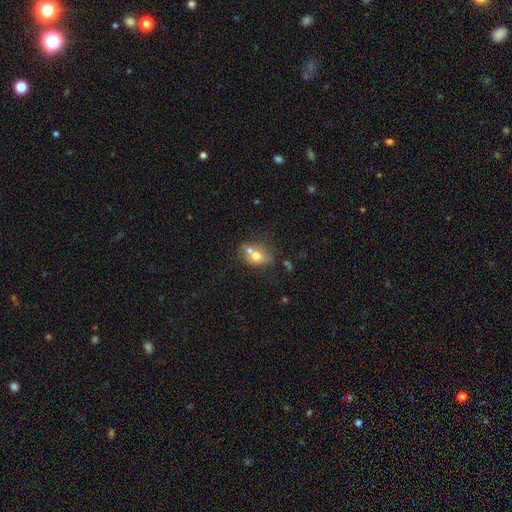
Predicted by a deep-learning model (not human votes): A smooth galaxy with no disk features (65%) that is in between round and cigar-shaped (56%). Merging: merger (42%).